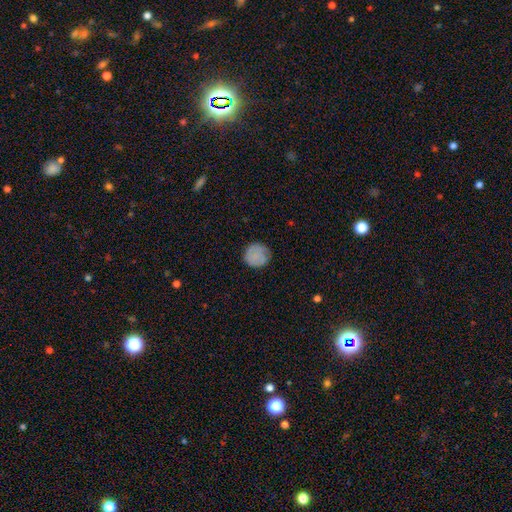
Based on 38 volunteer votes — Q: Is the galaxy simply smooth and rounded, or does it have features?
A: smooth — 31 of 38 (82%).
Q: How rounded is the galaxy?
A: round — 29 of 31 (94%).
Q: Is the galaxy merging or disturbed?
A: none — 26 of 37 (70%).